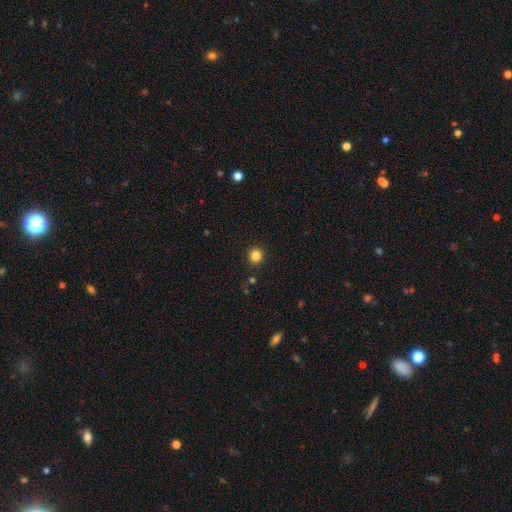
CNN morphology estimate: Q: Smooth or featured?
A: smooth (84%); runner-up: star or artifact (12%)
Q: How rounded?
A: round (92%); runner-up: in between (8%)
Q: Merging?
A: none (91%); runner-up: minor disturbance (5%)